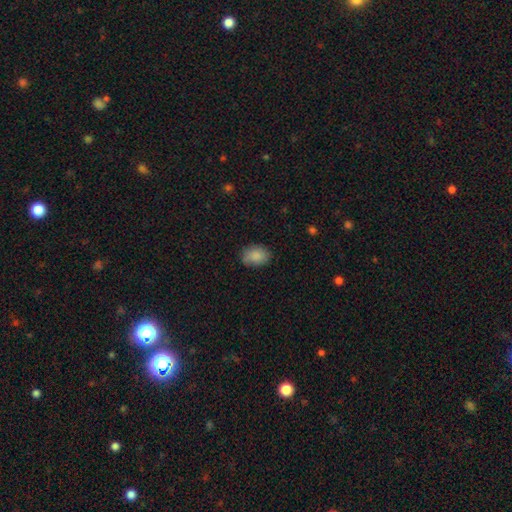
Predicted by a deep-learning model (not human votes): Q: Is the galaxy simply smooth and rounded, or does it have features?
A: smooth — 87%.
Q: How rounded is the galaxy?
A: in between — 74%.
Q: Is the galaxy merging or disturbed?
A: none — 75%.